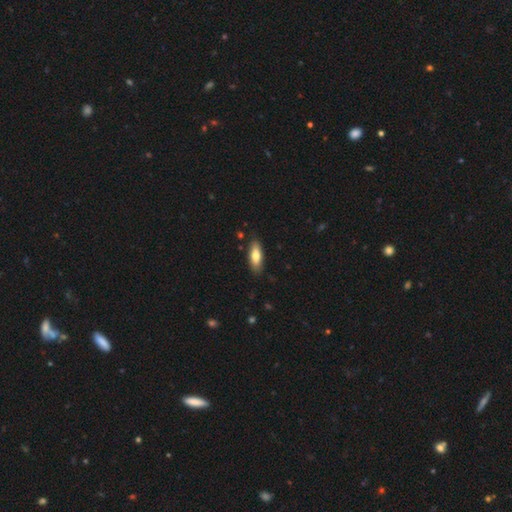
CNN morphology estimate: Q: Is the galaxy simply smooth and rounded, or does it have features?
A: smooth — 74%.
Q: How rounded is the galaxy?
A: in between — 68%.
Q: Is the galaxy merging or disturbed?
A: none — 85%.